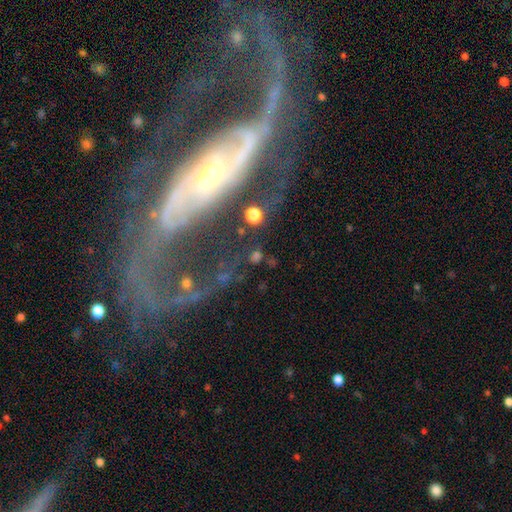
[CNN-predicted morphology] Overall: smooth (48%; featured or disk 27%). Merging: none (70%).